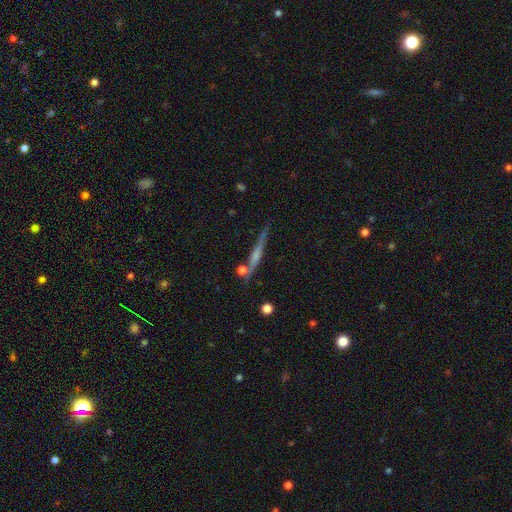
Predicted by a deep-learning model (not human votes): The model was most divided on "edge-on bulge": rounded: 43%, none: 42%, boxy: 14%. More confident: edge-on disk — yes (95%); merging — none (74%); smooth or featured — featured or disk (60%).